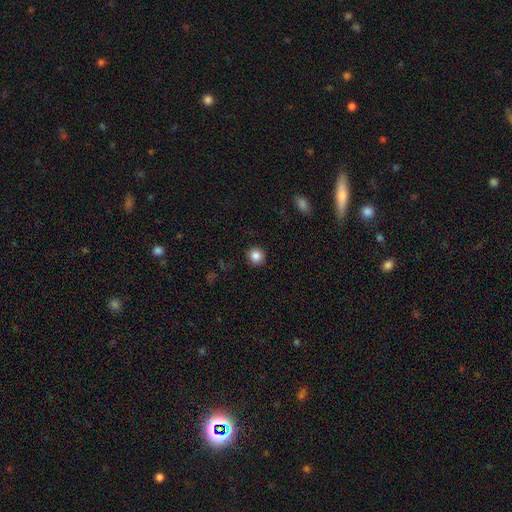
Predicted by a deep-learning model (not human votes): Overall: smooth (85%). How rounded: round (92%). Merging: none (92%).